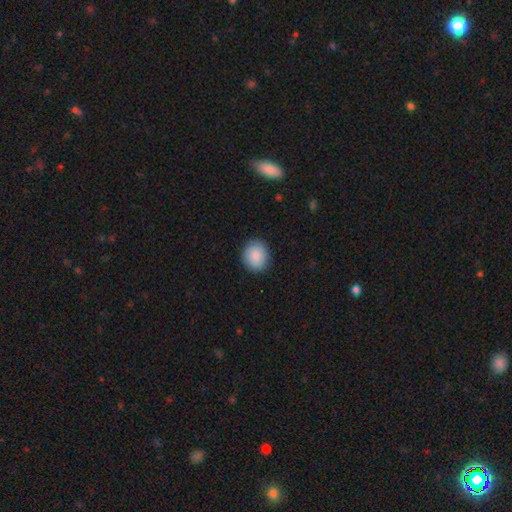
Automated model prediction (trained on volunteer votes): This is clearly a smooth galaxy (88%). How rounded: likely round (75%). Merging: clearly none (89%).